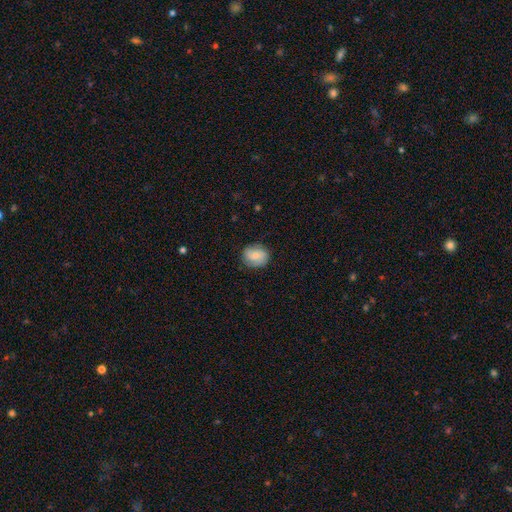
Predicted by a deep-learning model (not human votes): This appears to be a smooth galaxy with no disk features (63%) that is round (65%). Merging: none (81%).